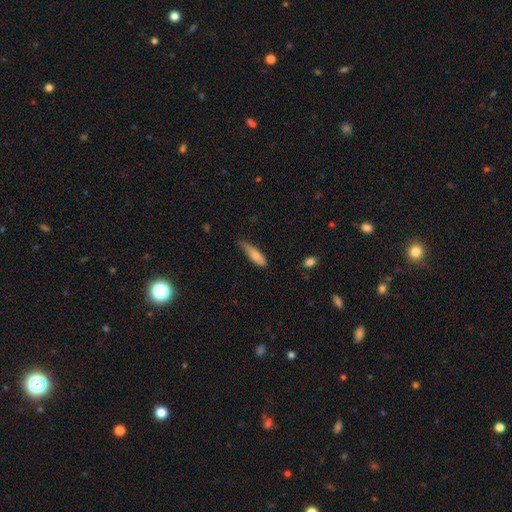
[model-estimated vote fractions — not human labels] A smooth galaxy with no disk features (80%) that is cigar-shaped (64%). Merging: none (51%).